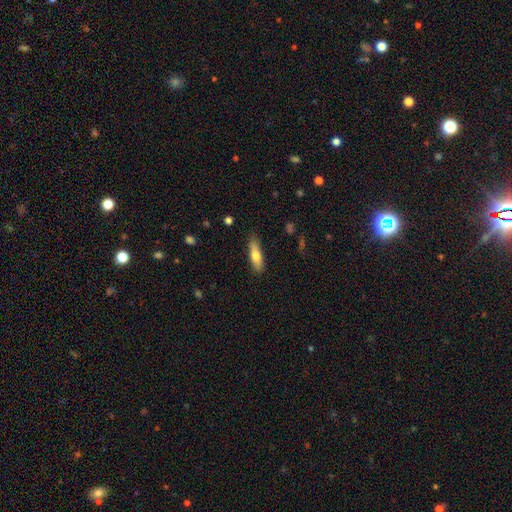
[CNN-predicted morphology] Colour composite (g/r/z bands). It shows a smooth galaxy with no disk features (69%) that is cigar-shaped (60%). Merging: none (83%).